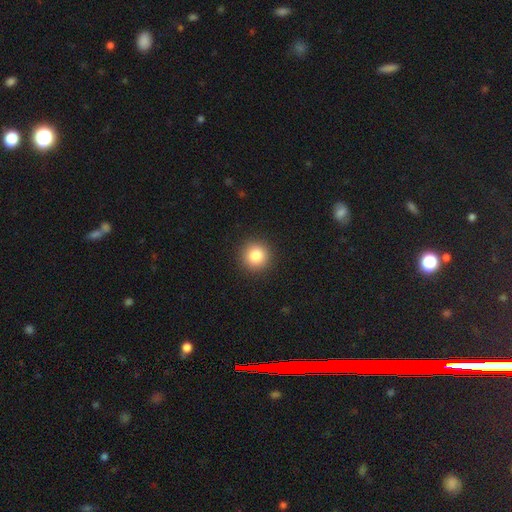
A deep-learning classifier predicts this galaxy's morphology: This appears to be a smooth galaxy with no disk features (84%) that is round (94%). Merging: none (92%).